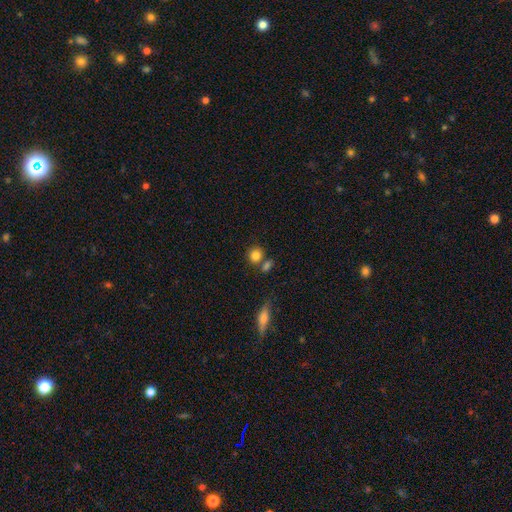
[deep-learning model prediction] smooth 83%, star or artifact 10%, featured or disk 7%. Down the decision tree: how rounded — round (81%); merging — none (63%).